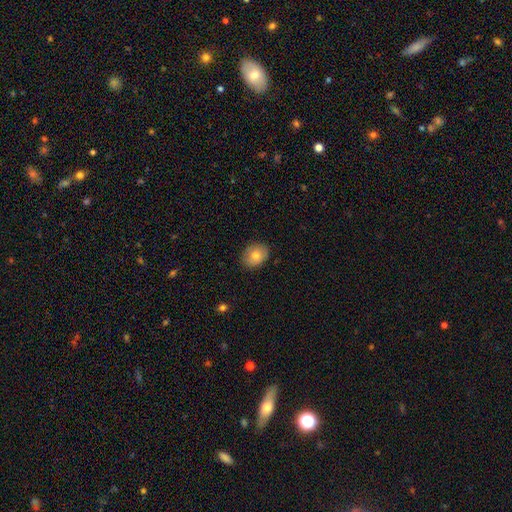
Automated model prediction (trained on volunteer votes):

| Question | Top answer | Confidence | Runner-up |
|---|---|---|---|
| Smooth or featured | smooth | 79% | featured or disk (13%) |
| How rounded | in between | 55% | round (44%) |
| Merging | none | 85% | minor disturbance (12%) |